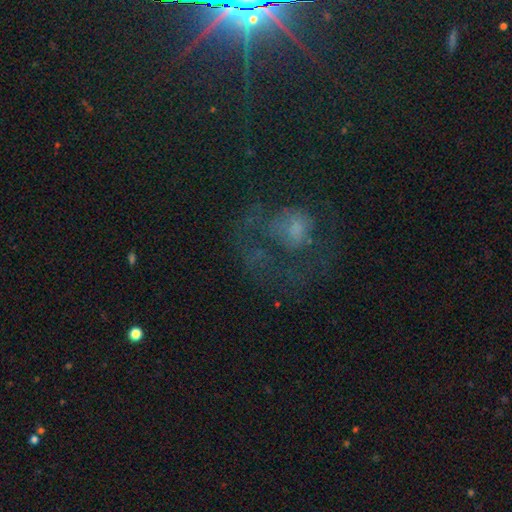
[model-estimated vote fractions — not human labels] featured or disk 42%, star or artifact 34%, smooth 24%. Down the decision tree: merging — none (41%).